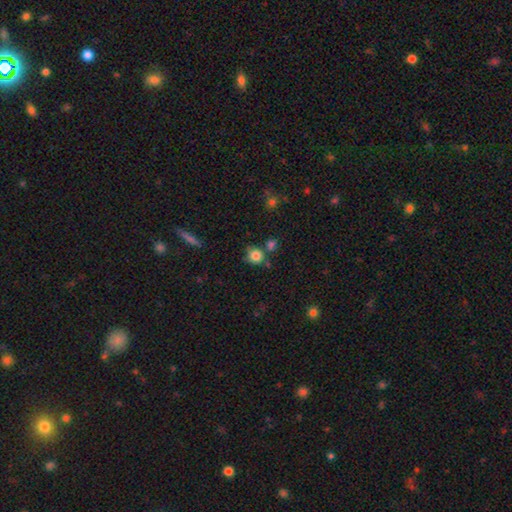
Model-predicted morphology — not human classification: Overall: smooth (82%). How rounded: round (85%). Merging: none (63%).